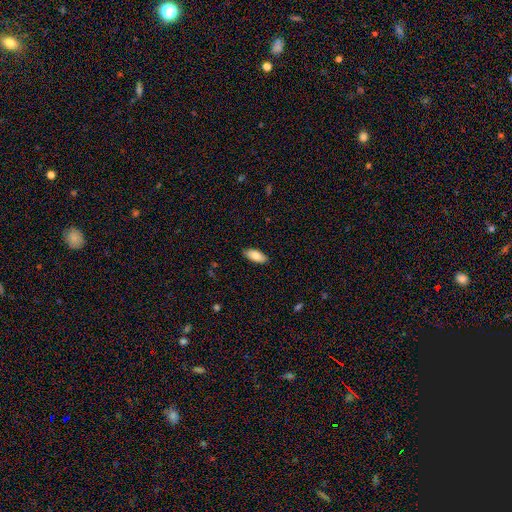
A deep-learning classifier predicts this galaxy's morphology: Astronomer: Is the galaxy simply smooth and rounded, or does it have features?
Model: smooth — 83%.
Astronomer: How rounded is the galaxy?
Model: in between — 87%.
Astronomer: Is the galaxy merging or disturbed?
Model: none — 89%.